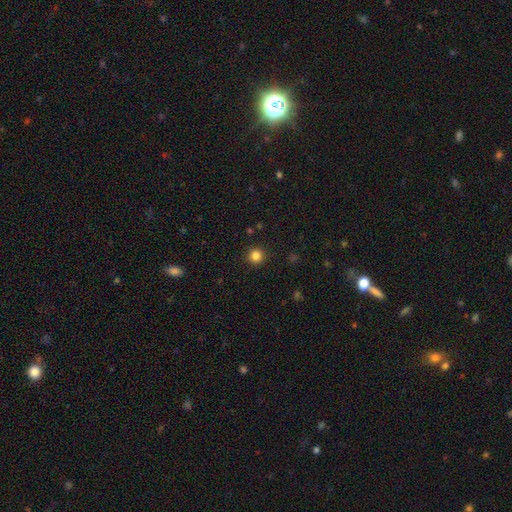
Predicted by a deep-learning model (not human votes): Smooth or featured: smooth — 83% (star or artifact — 13%)
How rounded: round — 95% (in between — 4%)
Merging: none — 92% (minor disturbance — 5%)